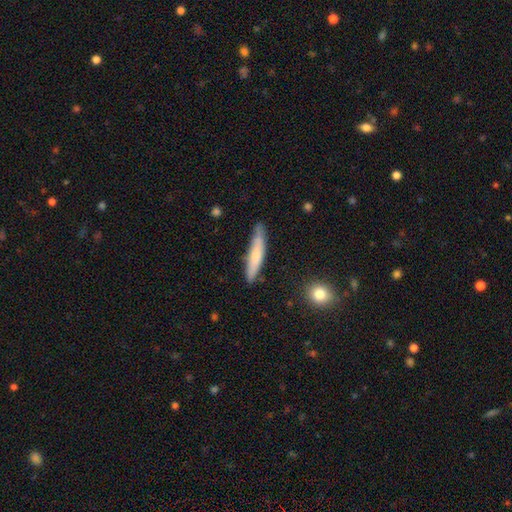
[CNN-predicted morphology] smooth-or-featured: smooth: 65% | featured or disk: 30% | star or artifact: 6%
  how-rounded: cigar-shaped: 88% | in between: 10% | round: 1%
  merging: none: 78% | minor disturbance: 18% | major disturbance: 3% | merger: 2%